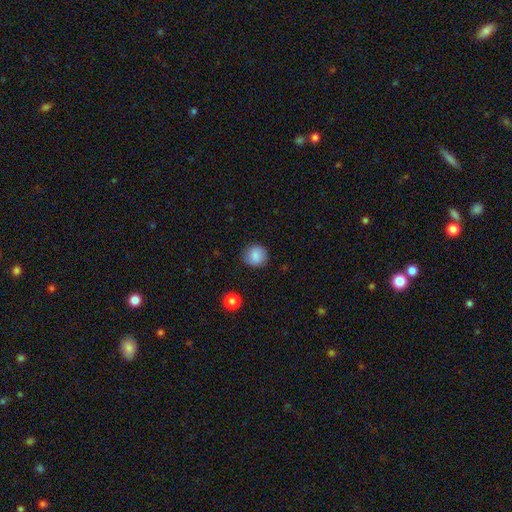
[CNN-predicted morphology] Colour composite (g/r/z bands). It shows a smooth galaxy with no disk features (86%) that is round (91%). Merging: none (86%).